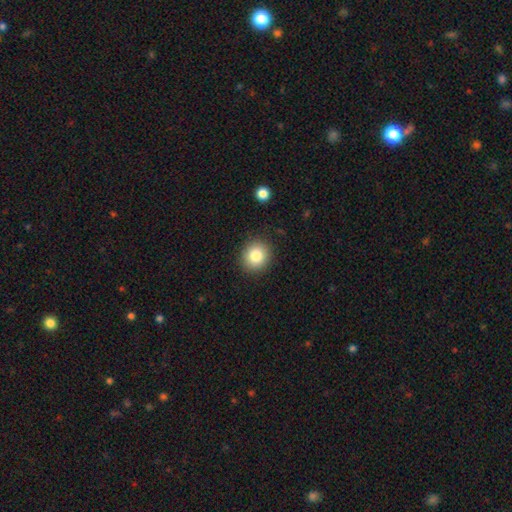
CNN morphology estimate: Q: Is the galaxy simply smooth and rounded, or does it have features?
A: smooth — 83%.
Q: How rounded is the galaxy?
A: round — 82%.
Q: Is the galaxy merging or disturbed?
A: none — 89%.